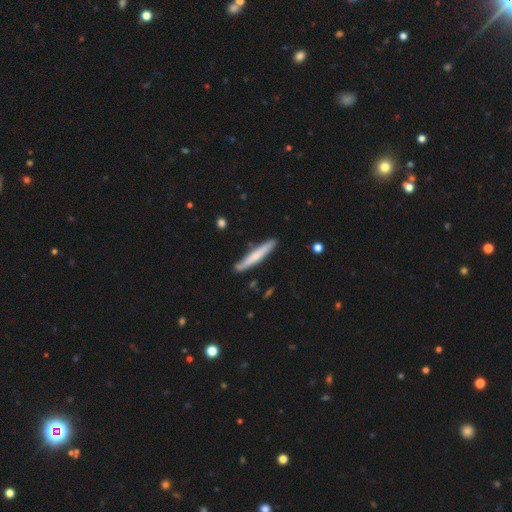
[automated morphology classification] type=smooth (62%); roundness=cigar-shaped (95%); merging=none (83%).